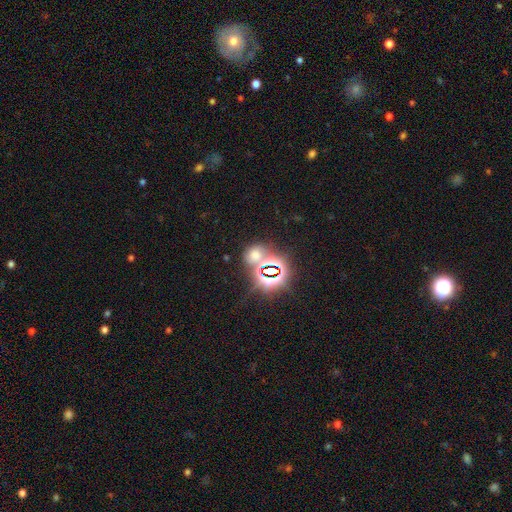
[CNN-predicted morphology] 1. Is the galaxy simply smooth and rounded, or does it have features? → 57% star or artifact, 34% smooth, 9% featured or disk.